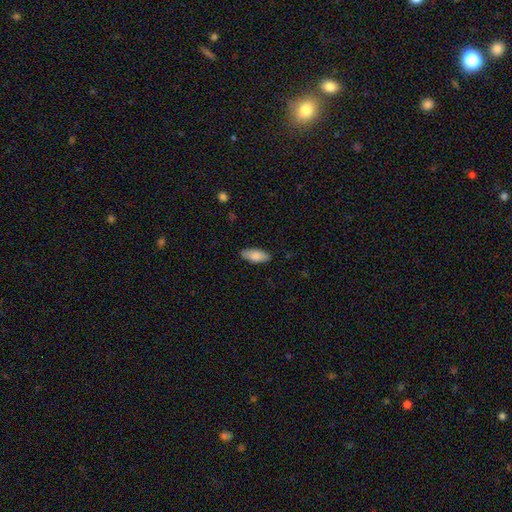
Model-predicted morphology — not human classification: Smooth or featured? Predicted: smooth (p=0.86). How rounded? Predicted: in between (p=0.83). Merging? Predicted: none (p=0.86).